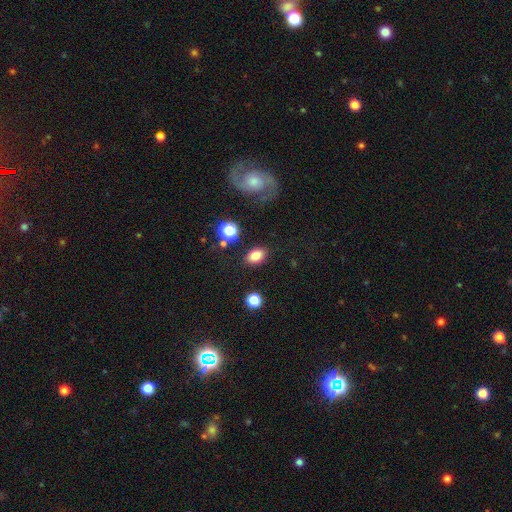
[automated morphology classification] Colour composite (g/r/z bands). It shows a smooth galaxy with no disk features (80%) that is in between round and cigar-shaped (81%). Merging: none (84%).